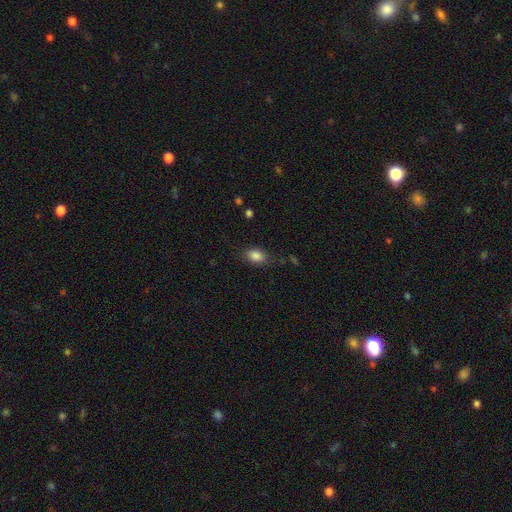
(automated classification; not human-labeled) This is clearly a smooth galaxy (85%). How rounded: clearly in between (80%). Merging: likely none (76%).